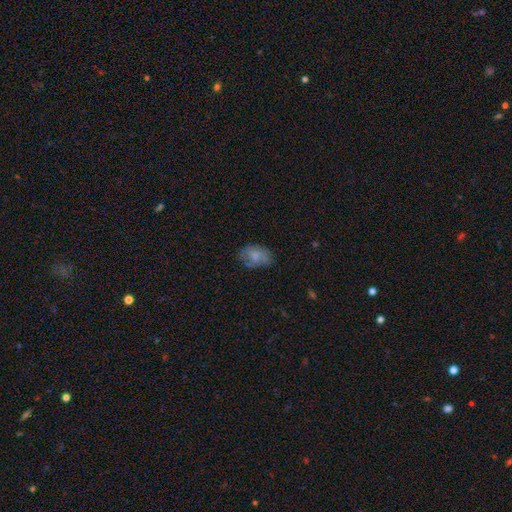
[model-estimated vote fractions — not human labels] smooth_or_featured: smooth (p=0.69) [alt: featured or disk p=0.23]
how_rounded: in between (p=0.82) [alt: round p=0.17]
merging: none (p=0.64) [alt: minor disturbance p=0.25]